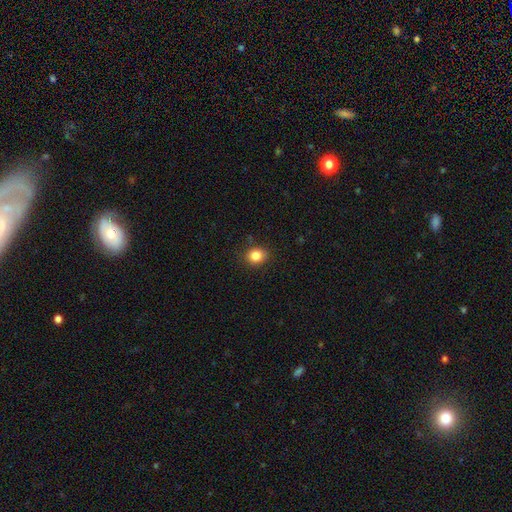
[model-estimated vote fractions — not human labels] A smooth galaxy with no disk features (84%) that is round (68%).

Vote fractions:
- Smooth or featured? smooth: 84% / star or artifact: 11% / featured or disk: 5%
- How rounded? round: 68% / in between: 31% / cigar-shaped: 1%
- Merging? none: 86% / minor disturbance: 10% / major disturbance: 2% / merger: 1%